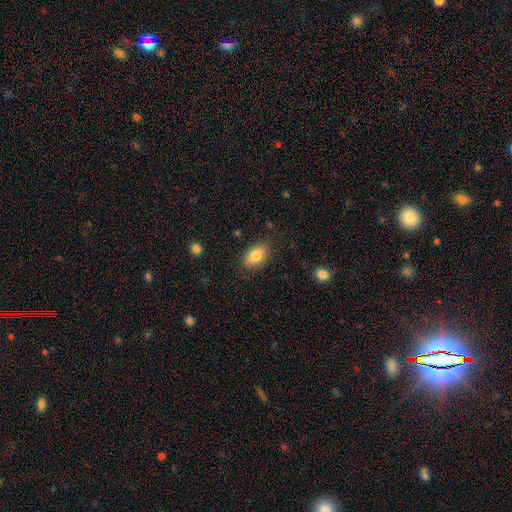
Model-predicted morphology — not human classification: Smooth or featured: smooth — 82% (featured or disk — 10%)
How rounded: in between — 90% (round — 6%)
Merging: none — 83% (minor disturbance — 13%)